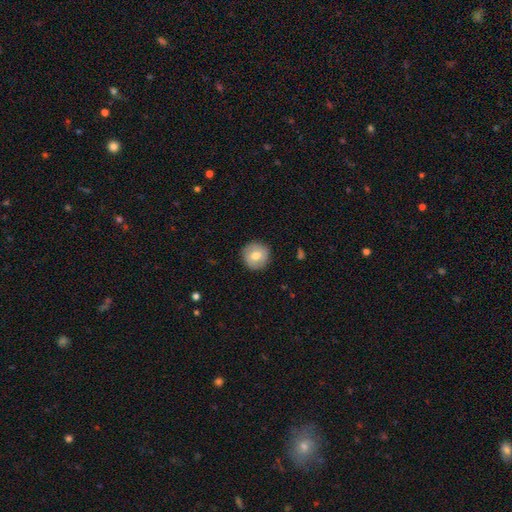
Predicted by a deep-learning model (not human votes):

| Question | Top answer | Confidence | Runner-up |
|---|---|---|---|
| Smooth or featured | smooth | 71% | featured or disk (21%) |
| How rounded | round | 94% | in between (5%) |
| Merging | none | 89% | minor disturbance (8%) |